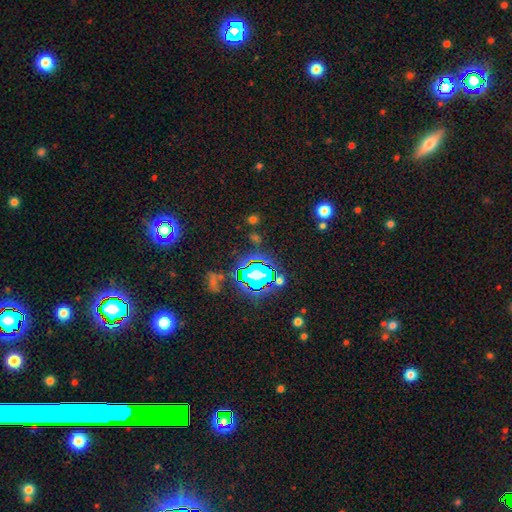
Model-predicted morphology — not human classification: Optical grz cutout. It shows a star or artifact, not a galaxy (75%).